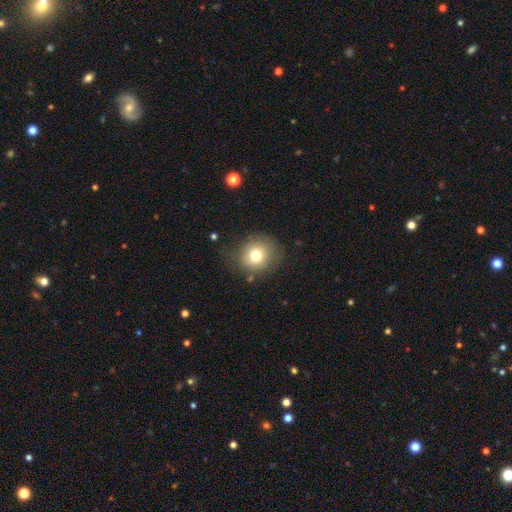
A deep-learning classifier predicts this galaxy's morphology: Smooth or featured: smooth — 76% (featured or disk — 12%)
How rounded: round — 82% (in between — 17%)
Merging: none — 77% (minor disturbance — 16%)